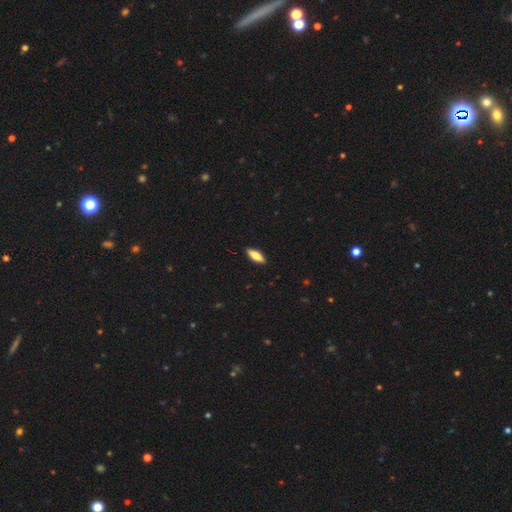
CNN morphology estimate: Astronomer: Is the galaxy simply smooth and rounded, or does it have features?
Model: smooth — 75%.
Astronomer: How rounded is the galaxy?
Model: in between — 65%.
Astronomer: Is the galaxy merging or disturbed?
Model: none — 90%.